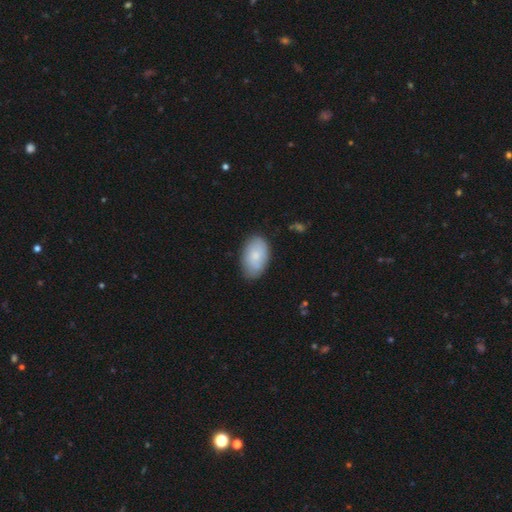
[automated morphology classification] A smooth galaxy with no disk features (77%) that is in between round and cigar-shaped (92%).

Vote fractions:
- Smooth or featured? smooth: 77% / featured or disk: 17% / star or artifact: 6%
- How rounded? in between: 92% / round: 7% / cigar-shaped: 1%
- Merging? none: 81% / minor disturbance: 15% / major disturbance: 3% / merger: 1%